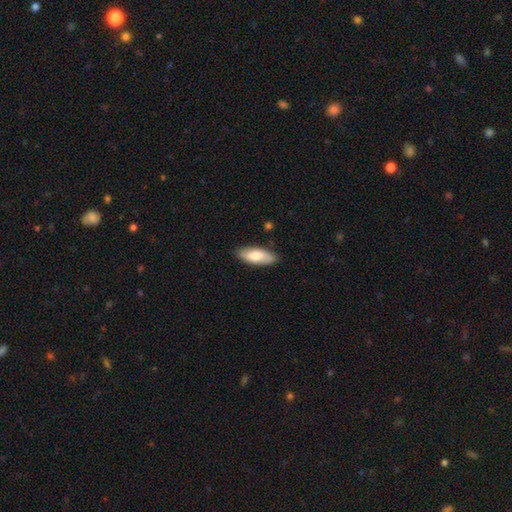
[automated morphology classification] Overall: smooth (75%). How rounded: in between (77%). Merging: none (86%).